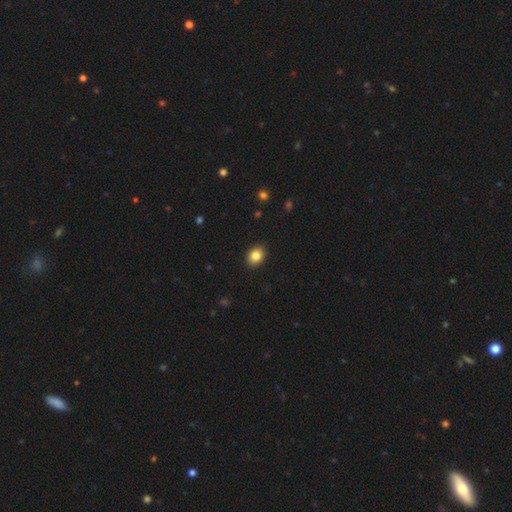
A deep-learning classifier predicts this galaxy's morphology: smooth_or_featured: smooth (p=0.85) [alt: star or artifact p=0.09]
how_rounded: in between (p=0.62) [alt: round p=0.37]
merging: none (p=0.90) [alt: minor disturbance p=0.08]